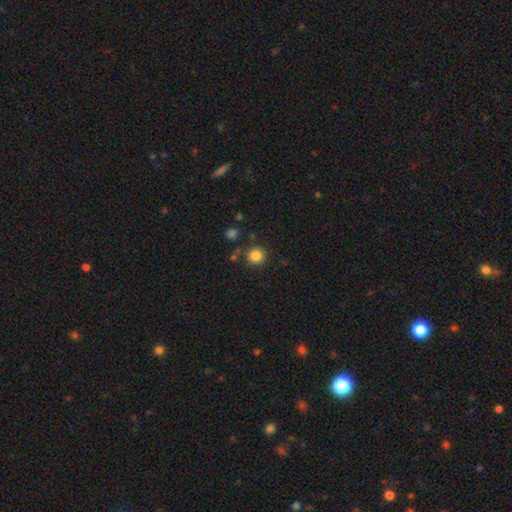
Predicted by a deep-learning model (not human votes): smooth-or-featured: smooth: 85% | star or artifact: 11% | featured or disk: 5%
  how-rounded: round: 92% | in between: 7% | cigar-shaped: 1%
  merging: none: 83% | minor disturbance: 8% | merger: 6% | major disturbance: 3%